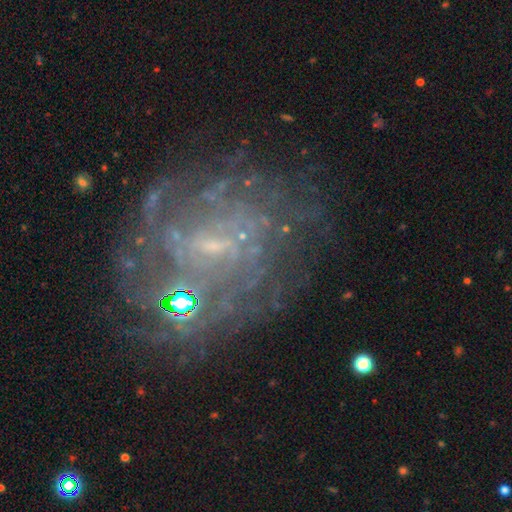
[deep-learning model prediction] Smooth or featured: featured or disk — 76% (star or artifact — 14%)
Edge-on disk: no — 97% (yes — 3%)
Bar: weak — 50% (no — 36%)
Spiral arms: yes — 77% (no — 23%)
Spiral winding: tight — 56% (medium — 30%)
Spiral arm count: can't tell — 56% (4 — 10%)
Bulge size: small — 64% (none — 21%)
Merging: none — 65% (minor disturbance — 17%)